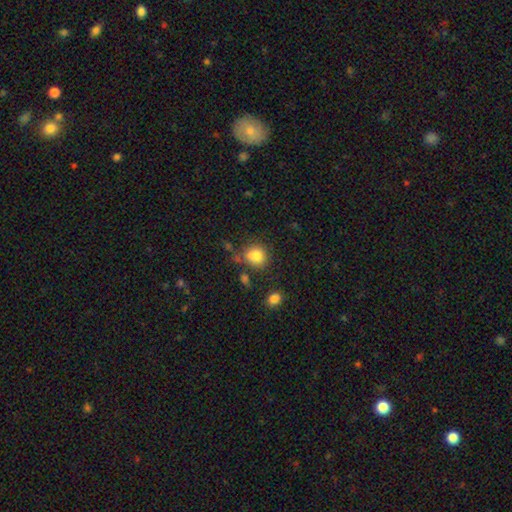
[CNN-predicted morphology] smooth-or-featured: smooth: 82% | star or artifact: 11% | featured or disk: 7%
  how-rounded: round: 65% | in between: 34% | cigar-shaped: 1%
  merging: none: 64% | minor disturbance: 20% | merger: 8% | major disturbance: 8%